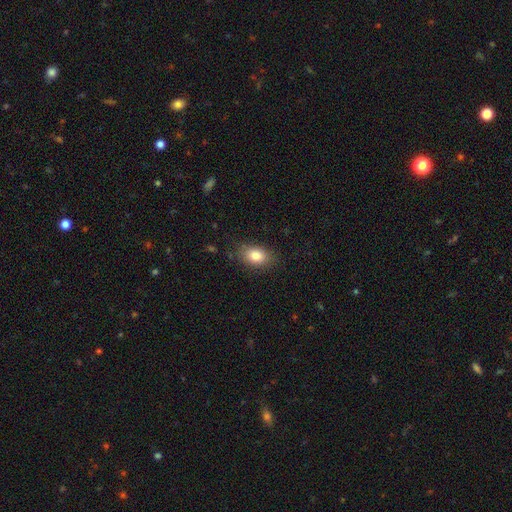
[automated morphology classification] Smooth or featured? Predicted: smooth (p=0.83). How rounded? Predicted: in between (p=0.84). Merging? Predicted: none (p=0.81).